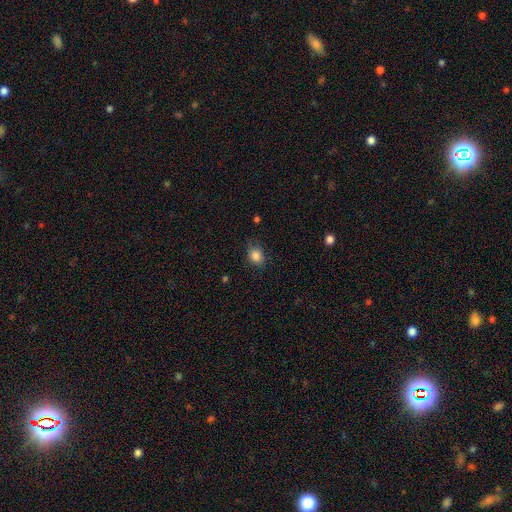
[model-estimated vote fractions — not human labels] Morphology: type=smooth (85%); roundness=round (60%); merging=none (77%).